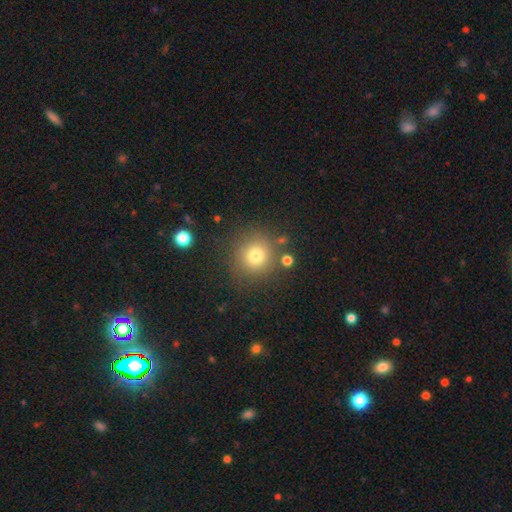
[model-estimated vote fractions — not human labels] smooth-or-featured: smooth: 75% | star or artifact: 15% | featured or disk: 10%
  how-rounded: round: 92% | in between: 7% | cigar-shaped: 1%
  merging: none: 81% | minor disturbance: 10% | merger: 5% | major disturbance: 4%